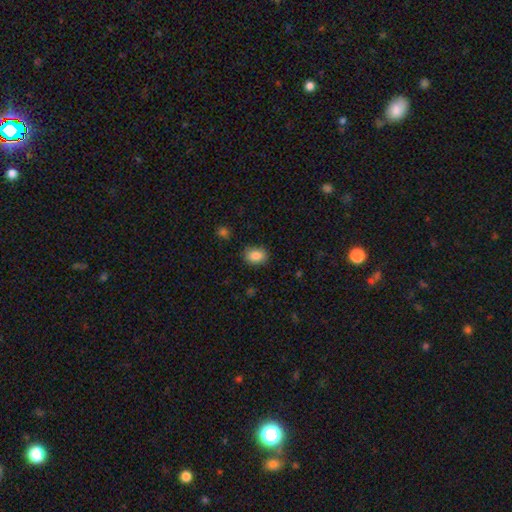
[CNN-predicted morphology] Smooth or featured?
  - smooth: 87% *
  - star or artifact: 9%
  - featured or disk: 5%
How rounded?
  - in between: 69% *
  - round: 30%
  - cigar-shaped: 1%
Merging?
  - none: 85% *
  - minor disturbance: 11%
  - major disturbance: 3%
  - merger: 1%